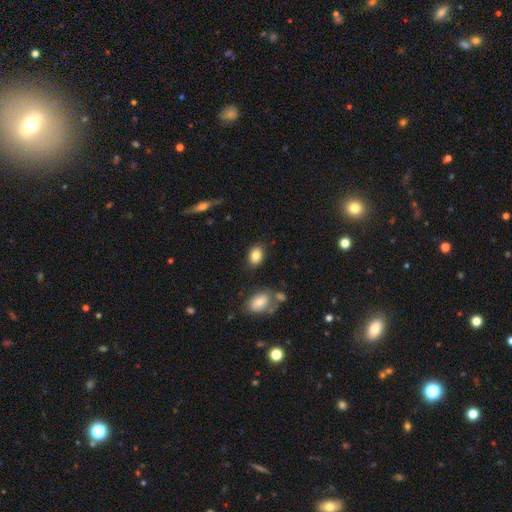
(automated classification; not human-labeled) Smooth or featured? smooth (83%)
How rounded? in between (72%)
Merging? none (82%)